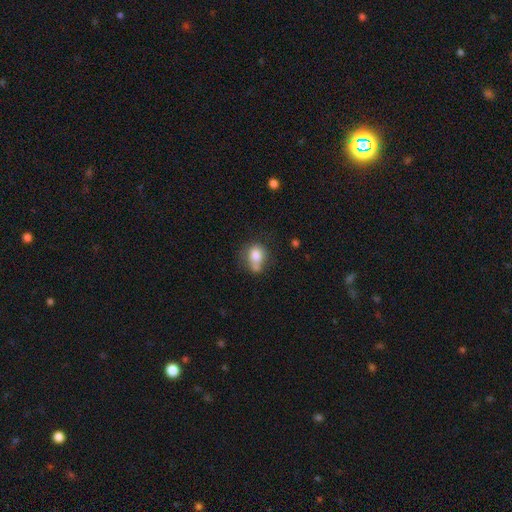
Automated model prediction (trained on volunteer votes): This is likely a smooth galaxy (79%). How rounded: possibly round (59%). Merging: marginally none (40%).